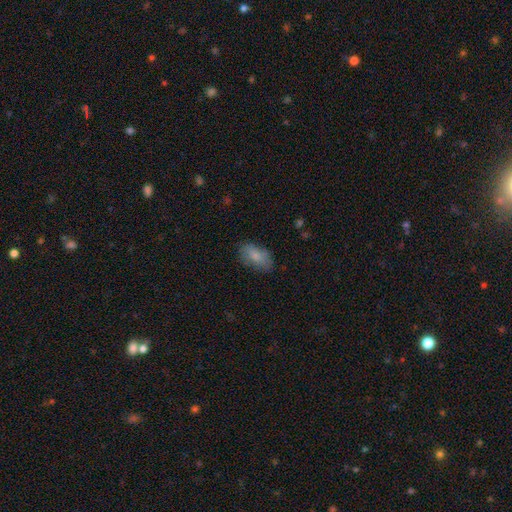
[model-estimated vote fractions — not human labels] A smooth galaxy with no disk features (81%) that is in between round and cigar-shaped (91%). Merging: none (73%).